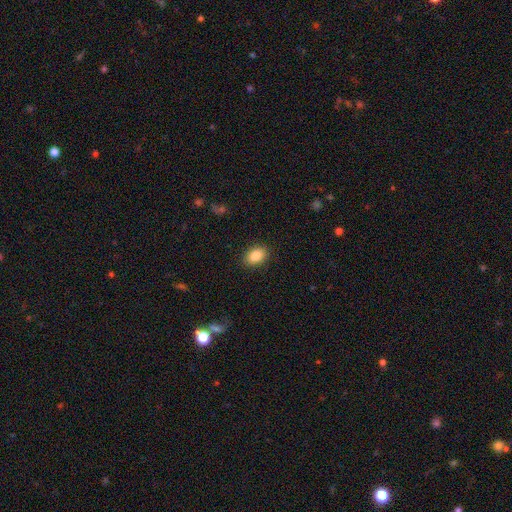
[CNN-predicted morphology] smooth_or_featured: smooth (p=0.86) [alt: star or artifact p=0.08]
how_rounded: in between (p=0.80) [alt: round p=0.19]
merging: none (p=0.89) [alt: minor disturbance p=0.08]